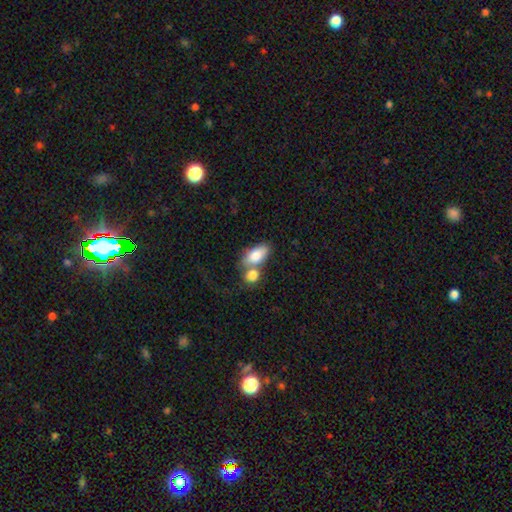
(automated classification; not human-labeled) This is likely a smooth galaxy (79%). How rounded: clearly in between (87%). Merging: possibly merger (52%).